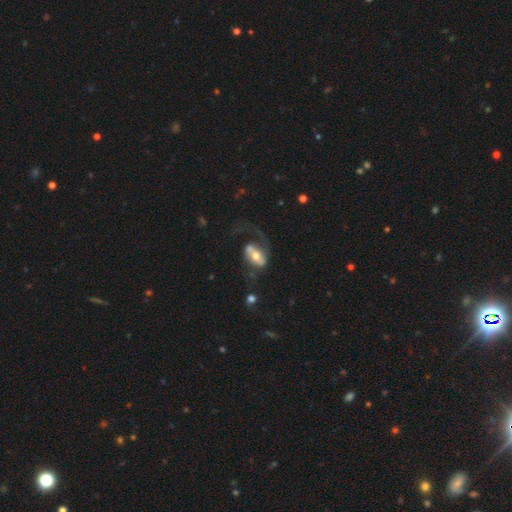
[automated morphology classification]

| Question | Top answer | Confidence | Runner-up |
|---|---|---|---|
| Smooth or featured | featured or disk | 66% | smooth (28%) |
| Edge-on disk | no | 94% | yes (6%) |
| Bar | no | 41% | weak (32%) |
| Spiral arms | yes | 76% | no (24%) |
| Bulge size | moderate | 68% | small (17%) |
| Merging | major disturbance | 43% | none (32%) |